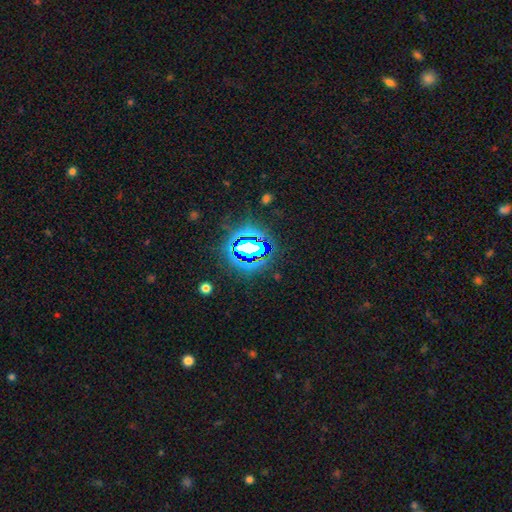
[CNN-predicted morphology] type=star or artifact (76%).